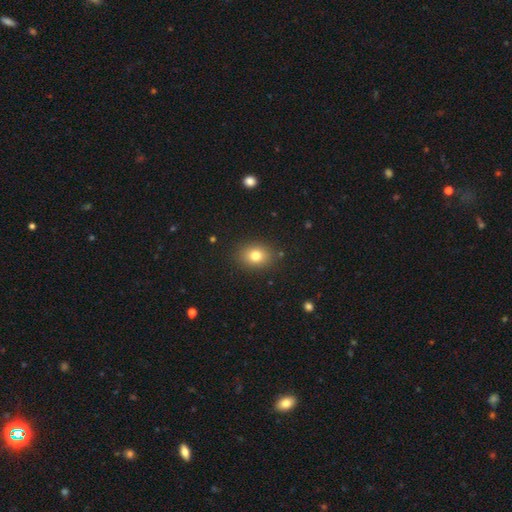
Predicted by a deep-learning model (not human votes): Overall: smooth (79%). How rounded: in between (53%; round 46%). Merging: none (87%).